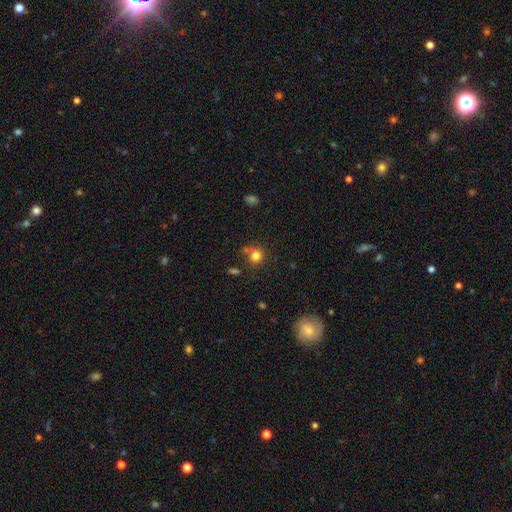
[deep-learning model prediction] This appears to be a smooth galaxy with no disk features (80%) that is round (82%). Merging: none (65%).